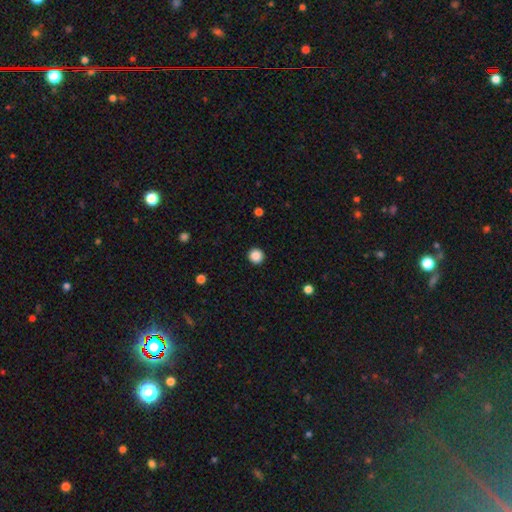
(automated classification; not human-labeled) Overall: smooth (87%). How rounded: round (96%). Merging: none (93%).